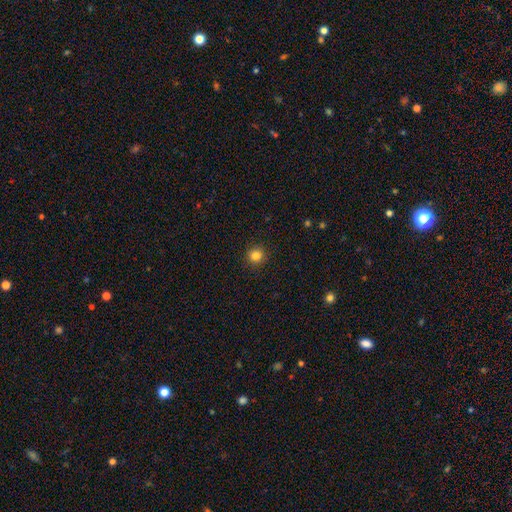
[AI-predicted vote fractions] smooth 83%, star or artifact 12%, featured or disk 5%. Down the decision tree: how rounded — round (94%); merging — none (92%).